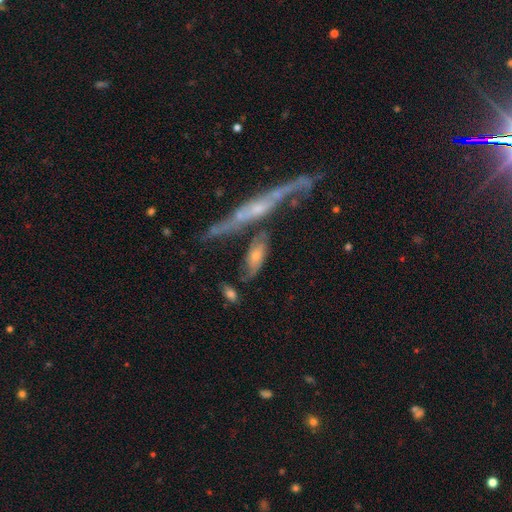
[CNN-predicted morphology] Smooth or featured? featured or disk (57%)
Edge-on disk? no (59%)
Merging? none (42%)